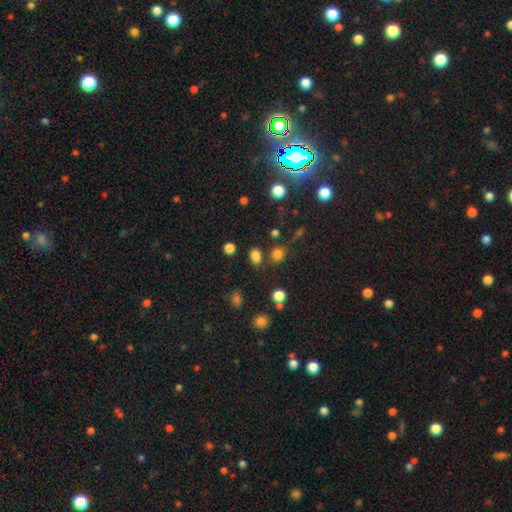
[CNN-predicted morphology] Smooth or featured: smooth — 78% (star or artifact — 17%)
How rounded: in between — 55% (round — 44%)
Merging: none — 74% (minor disturbance — 12%)